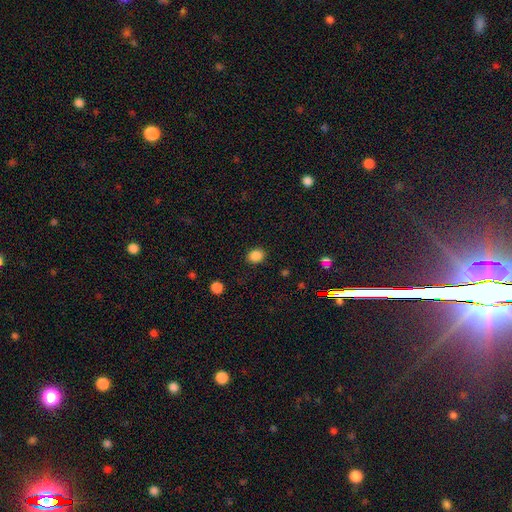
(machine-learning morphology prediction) smooth-or-featured: smooth: 86% | star or artifact: 11% | featured or disk: 3%
  how-rounded: round: 56% | in between: 43% | cigar-shaped: 1%
  merging: none: 88% | minor disturbance: 8% | major disturbance: 3% | merger: 1%